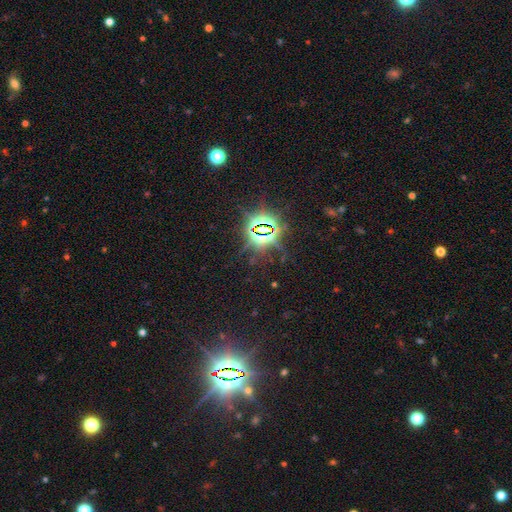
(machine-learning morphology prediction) Overall: star or artifact (84%).